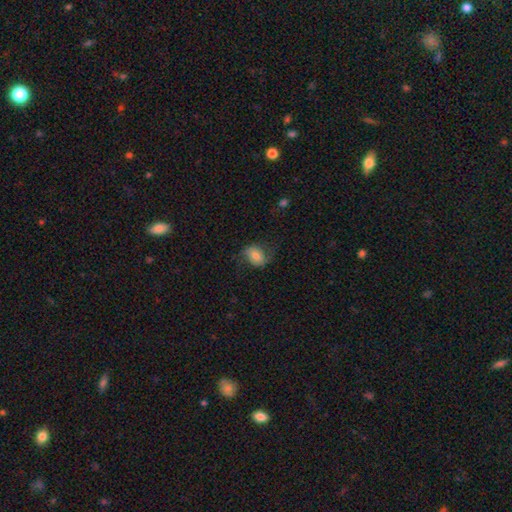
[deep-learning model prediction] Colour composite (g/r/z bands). It shows a smooth galaxy with no disk features (59%) that is in between round and cigar-shaped (72%). Merging: none (63%).